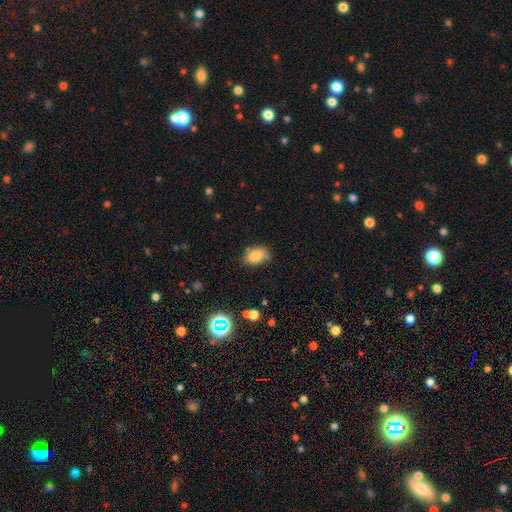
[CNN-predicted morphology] Smooth or featured? smooth (80%)
How rounded? in between (87%)
Merging? none (57%)